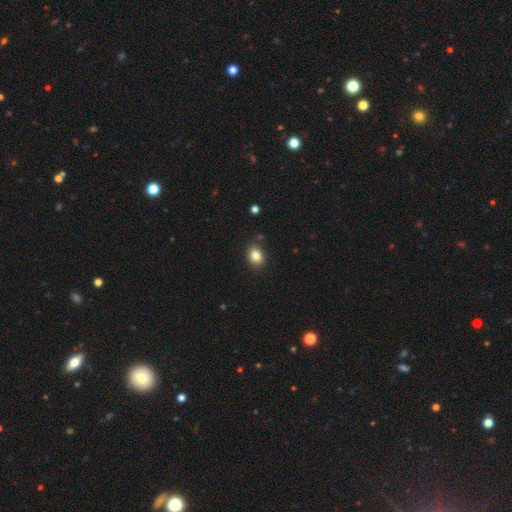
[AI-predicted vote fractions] This is clearly a smooth galaxy (82%). How rounded: possibly in between (56%). Merging: clearly none (86%).